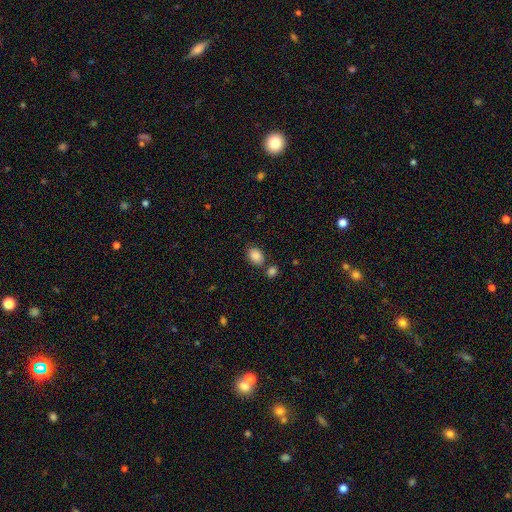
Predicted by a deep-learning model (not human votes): Smooth or featured? Predicted: smooth (p=0.87). How rounded? Predicted: in between (p=0.71). Merging? Predicted: none (p=0.70).